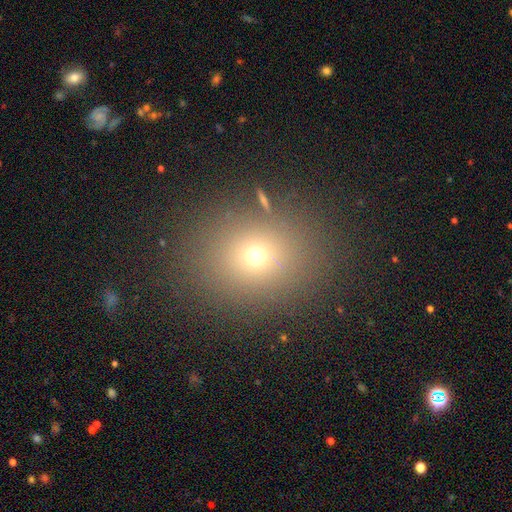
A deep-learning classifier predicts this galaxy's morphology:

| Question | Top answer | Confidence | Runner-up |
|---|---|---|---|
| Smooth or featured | smooth | 66% | star or artifact (24%) |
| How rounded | round | 61% | in between (38%) |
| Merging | none | 85% | minor disturbance (8%) |